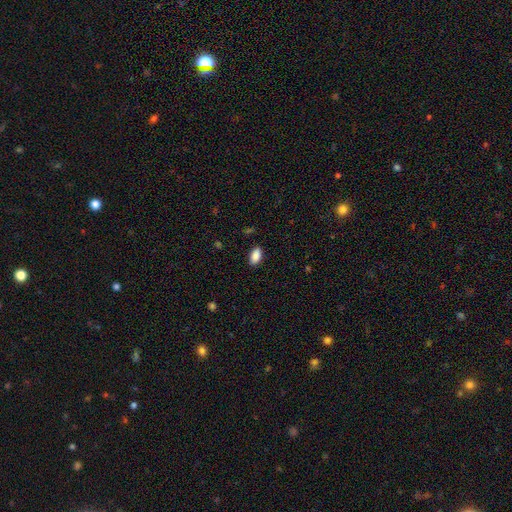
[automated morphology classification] Smooth or featured? Predicted: smooth (p=0.89). How rounded? Predicted: in between (p=0.93). Merging? Predicted: none (p=0.88).